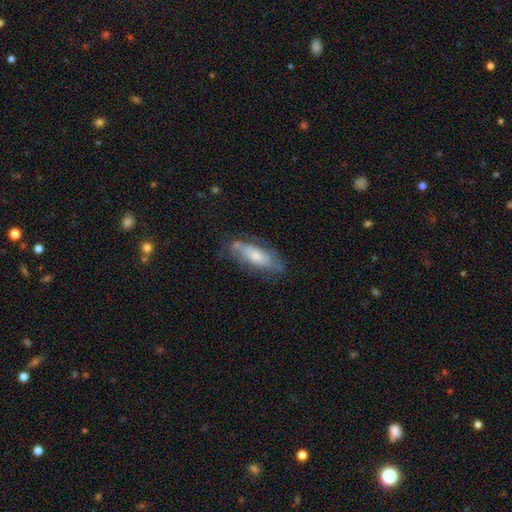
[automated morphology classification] This is possibly a smooth galaxy (55%). How rounded: likely in between (66%). Merging: likely none (61%).